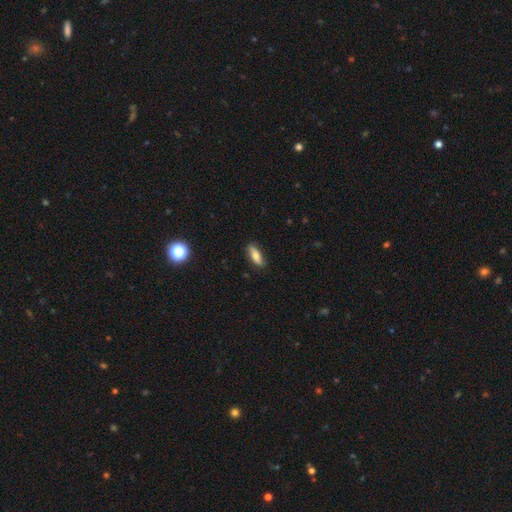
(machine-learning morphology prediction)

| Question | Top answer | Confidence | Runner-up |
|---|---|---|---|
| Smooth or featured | smooth | 71% | featured or disk (22%) |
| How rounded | in between | 57% | cigar-shaped (40%) |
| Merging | none | 84% | minor disturbance (13%) |